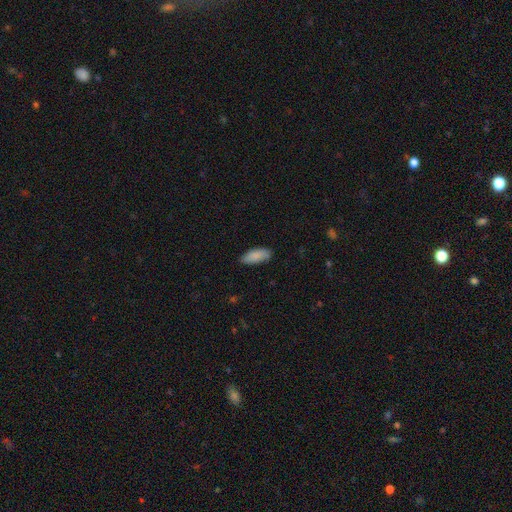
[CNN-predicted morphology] type=smooth (87%); roundness=in between (77%); merging=none (81%).